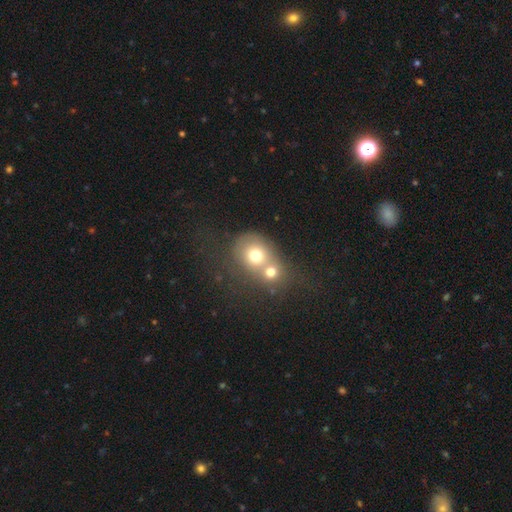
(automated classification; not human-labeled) A smooth galaxy with no disk features (68%) that is round (73%). Merging: merger (63%).